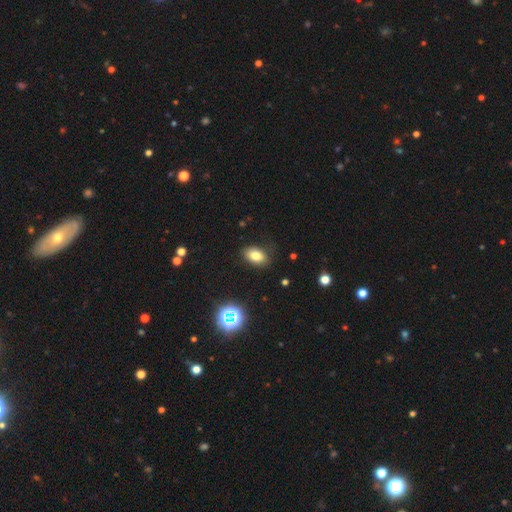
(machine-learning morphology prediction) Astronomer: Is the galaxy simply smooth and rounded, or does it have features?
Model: smooth — 79%.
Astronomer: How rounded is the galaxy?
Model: in between — 87%.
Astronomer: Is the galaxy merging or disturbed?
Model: none — 84%.